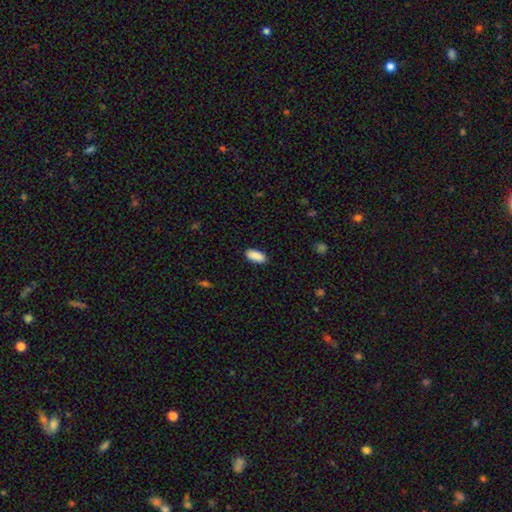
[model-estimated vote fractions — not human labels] A smooth galaxy with no disk features (91%) that is in between round and cigar-shaped (89%).

Vote fractions:
- Smooth or featured? smooth: 91% / star or artifact: 6% / featured or disk: 3%
- How rounded? in between: 89% / cigar-shaped: 9% / round: 2%
- Merging? none: 88% / minor disturbance: 9% / major disturbance: 2% / merger: 1%